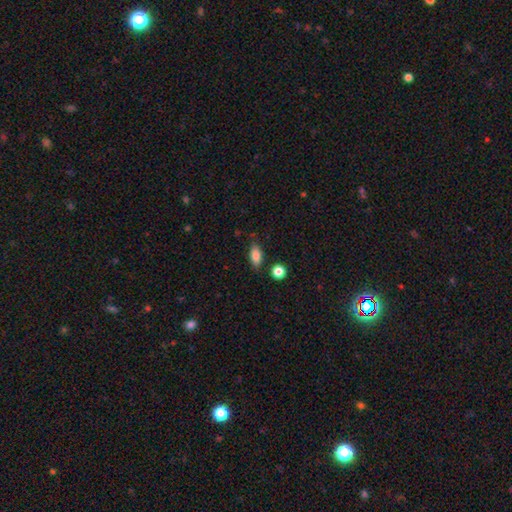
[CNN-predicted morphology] A smooth galaxy with no disk features (84%) that is in between round and cigar-shaped (84%).

Vote fractions:
- Smooth or featured? smooth: 84% / star or artifact: 8% / featured or disk: 8%
- How rounded? in between: 84% / cigar-shaped: 10% / round: 6%
- Merging? none: 80% / minor disturbance: 13% / merger: 3% / major disturbance: 3%